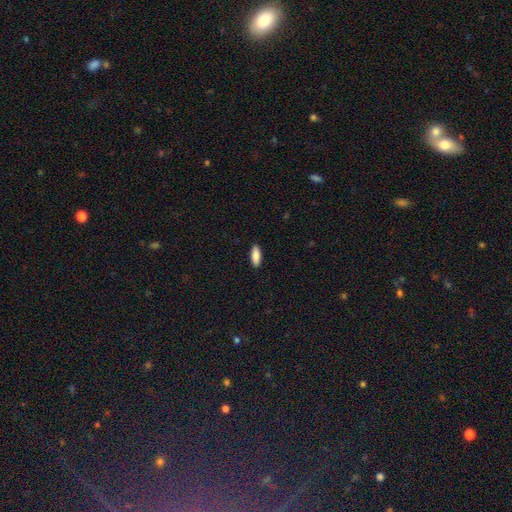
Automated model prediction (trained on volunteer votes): Morphology: type=smooth (88%); roundness=in between (71%); merging=none (90%).